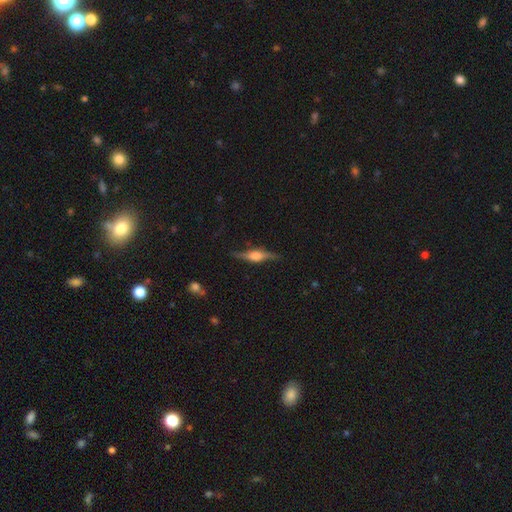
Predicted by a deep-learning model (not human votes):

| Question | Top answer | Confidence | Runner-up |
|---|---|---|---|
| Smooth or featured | featured or disk | 75% | smooth (19%) |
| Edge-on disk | yes | 93% | no (7%) |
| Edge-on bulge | rounded | 87% | boxy (10%) |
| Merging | none | 80% | minor disturbance (15%) |